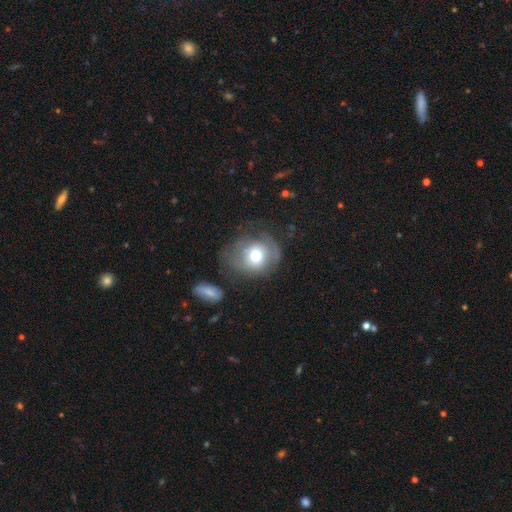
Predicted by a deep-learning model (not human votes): smooth 61%, featured or disk 30%, star or artifact 9%. Down the decision tree: how rounded — round (74%); merging — none (50%).